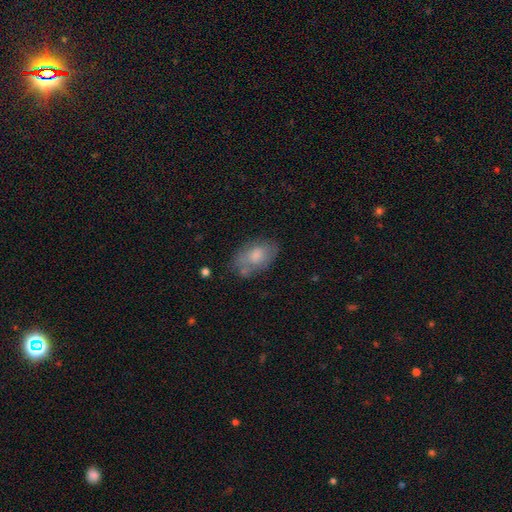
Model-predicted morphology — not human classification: A smooth galaxy with no disk features (71%) that is in between round and cigar-shaped (90%). Merging: none (59%).